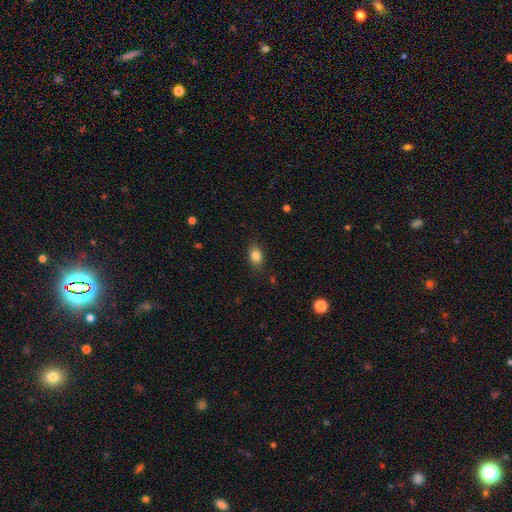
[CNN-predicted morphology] Smooth or featured? smooth (85%)
How rounded? in between (78%)
Merging? none (83%)